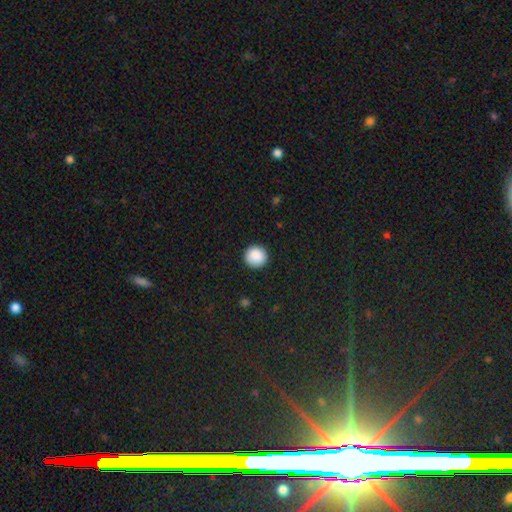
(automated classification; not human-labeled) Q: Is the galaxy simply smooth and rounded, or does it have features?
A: smooth — 89%.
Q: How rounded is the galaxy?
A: round — 95%.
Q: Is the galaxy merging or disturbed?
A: none — 92%.